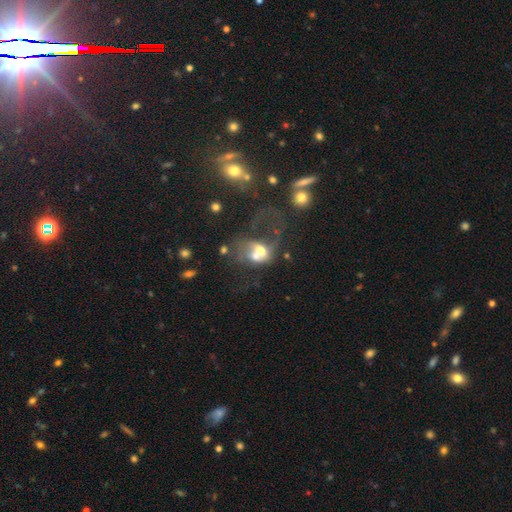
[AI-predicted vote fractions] The model was most divided on "smooth or featured": featured or disk: 47%, smooth: 40%, star or artifact: 14%. More confident: merging — merger (60%).